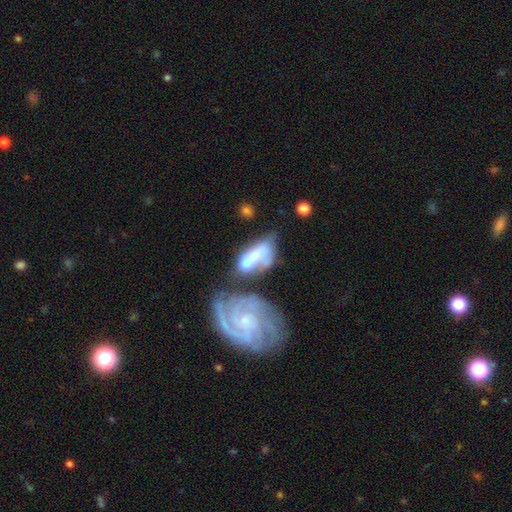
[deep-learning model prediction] The model was most divided on "smooth or featured": featured or disk: 53%, smooth: 39%, star or artifact: 8%. More confident: edge-on disk — no (93%); merging — merger (57%).